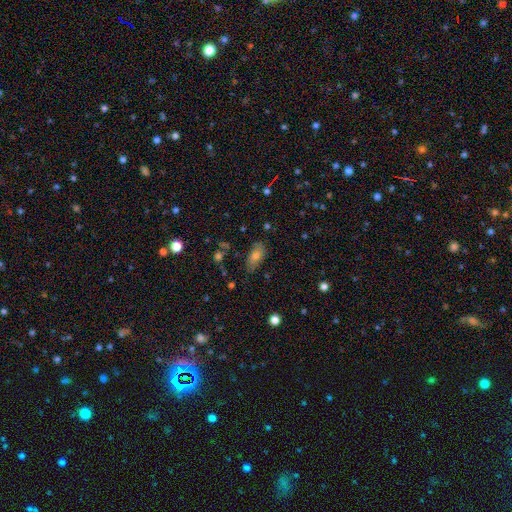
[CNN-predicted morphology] Smooth or featured? Predicted: smooth (p=0.64). How rounded? Predicted: in between (p=0.86). Merging? Predicted: none (p=0.75).